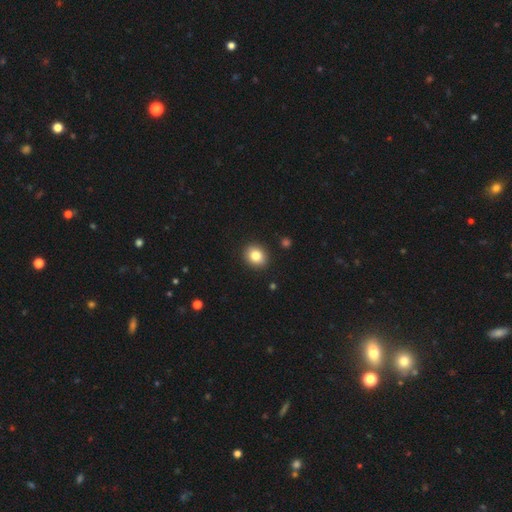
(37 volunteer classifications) Smooth or featured? 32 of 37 (86%) said smooth. How rounded? 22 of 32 (69%) said round. Merging? 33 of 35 (94%) said none.